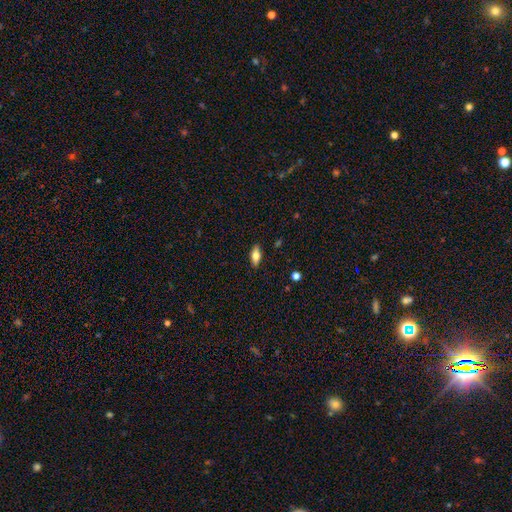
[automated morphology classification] Smooth or featured?
  - smooth: 70% *
  - featured or disk: 23%
  - star or artifact: 7%
How rounded?
  - in between: 81% *
  - cigar-shaped: 16%
  - round: 3%
Merging?
  - none: 88% *
  - minor disturbance: 9%
  - major disturbance: 2%
  - merger: 1%